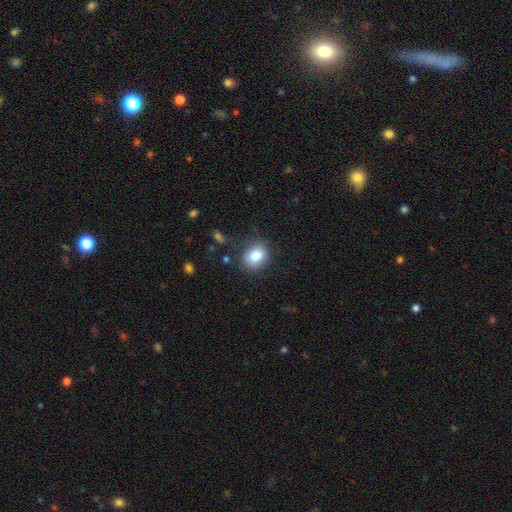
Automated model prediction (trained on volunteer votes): Overall: smooth (83%). How rounded: in between (53%; round 46%). Merging: none (76%).